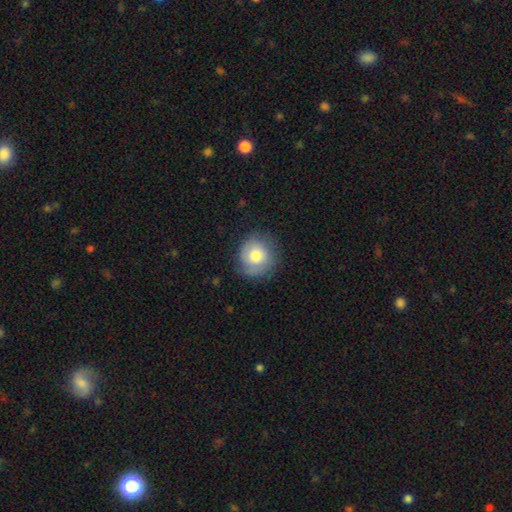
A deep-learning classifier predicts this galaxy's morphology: Smooth or featured: smooth — 68% (featured or disk — 24%)
How rounded: round — 87% (in between — 12%)
Merging: none — 74% (minor disturbance — 19%)